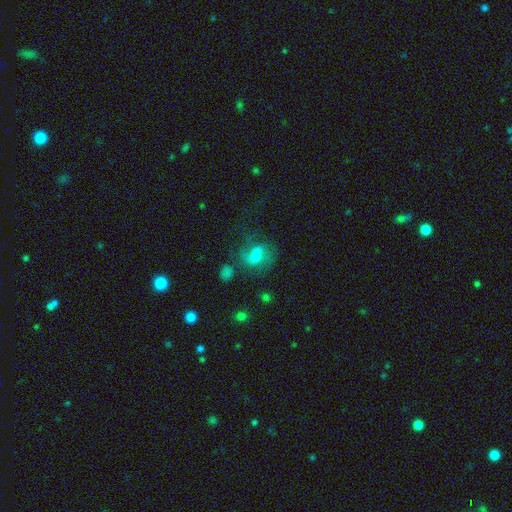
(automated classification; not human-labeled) Q: Smooth or featured?
A: featured or disk (46%); runner-up: smooth (42%)
Q: Merging?
A: none (47%); runner-up: major disturbance (25%)